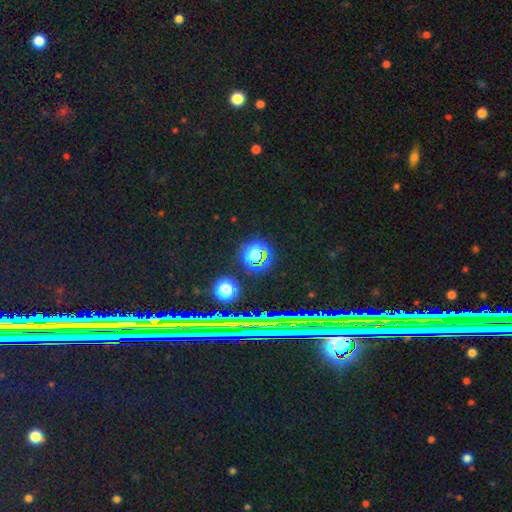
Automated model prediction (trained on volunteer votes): star or artifact 57%, smooth 30%, featured or disk 13%.